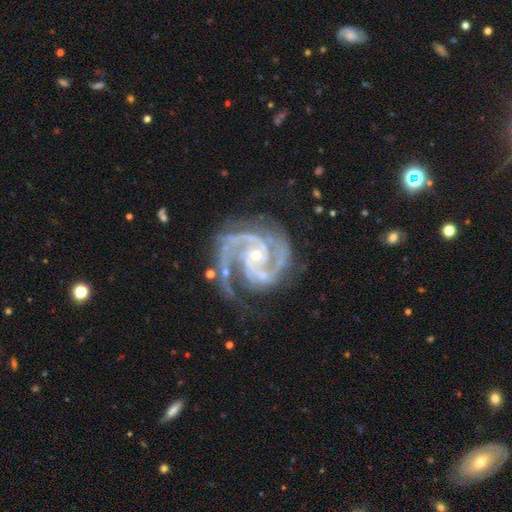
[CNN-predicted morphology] A featured or disk galaxy (94%) with no bar (61%), 2 (66%) medium (48%) spiral arms (99%) and a small central bulge (65%). Merging: none (63%).